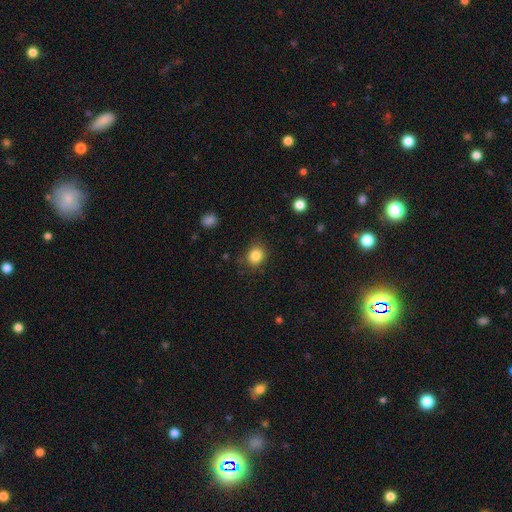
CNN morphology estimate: smooth 84%, star or artifact 11%, featured or disk 5%. Down the decision tree: how rounded — round (72%); merging — none (83%).